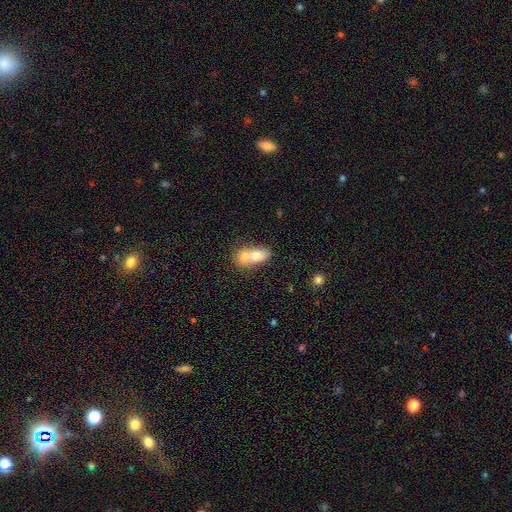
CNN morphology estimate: Smooth or featured?
  - smooth: 68% *
  - featured or disk: 24%
  - star or artifact: 8%
How rounded?
  - in between: 69% *
  - round: 25%
  - cigar-shaped: 6%
Merging?
  - merger: 74% *
  - none: 17%
  - minor disturbance: 6%
  - major disturbance: 3%